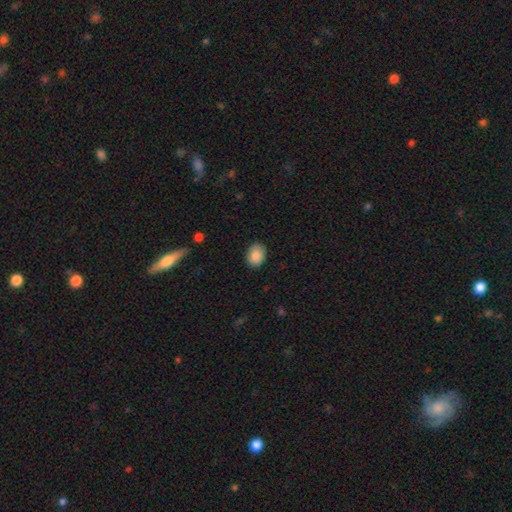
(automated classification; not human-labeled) A smooth galaxy with no disk features (88%) that is in between round and cigar-shaped (66%).

Vote fractions:
- Smooth or featured? smooth: 88% / star or artifact: 8% / featured or disk: 4%
- How rounded? in between: 66% / round: 33% / cigar-shaped: 1%
- Merging? none: 85% / minor disturbance: 12% / major disturbance: 2% / merger: 1%